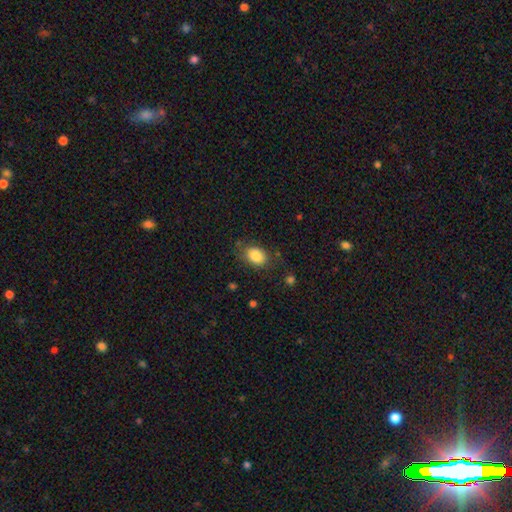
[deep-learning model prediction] smooth-or-featured: smooth: 86% | star or artifact: 8% | featured or disk: 6%
  how-rounded: in between: 79% | round: 19% | cigar-shaped: 1%
  merging: none: 73% | minor disturbance: 18% | major disturbance: 6% | merger: 2%